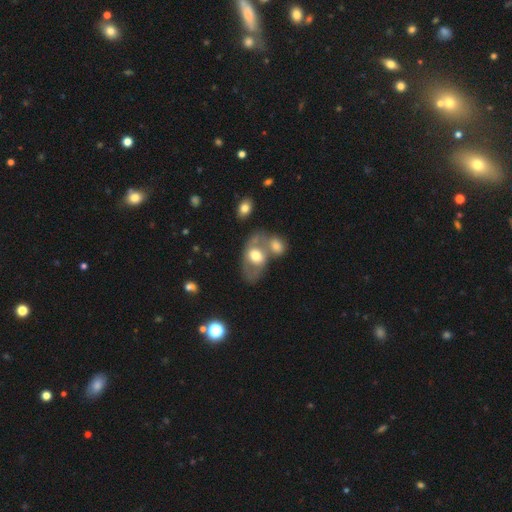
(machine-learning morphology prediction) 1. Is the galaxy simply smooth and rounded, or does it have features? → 48% featured or disk, 45% smooth, 8% star or artifact.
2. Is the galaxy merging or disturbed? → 39% none, 37% merger, 15% minor disturbance, 9% major disturbance.